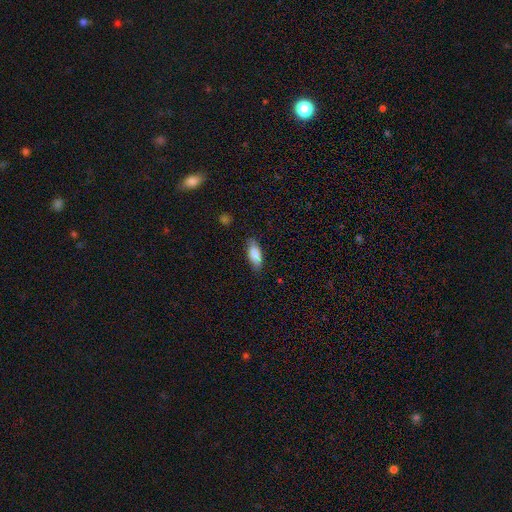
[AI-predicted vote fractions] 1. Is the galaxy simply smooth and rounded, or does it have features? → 85% smooth, 9% featured or disk, 6% star or artifact.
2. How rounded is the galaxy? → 75% in between, 23% cigar-shaped, 2% round.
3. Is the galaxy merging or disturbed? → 79% none, 16% minor disturbance, 3% major disturbance, 1% merger.